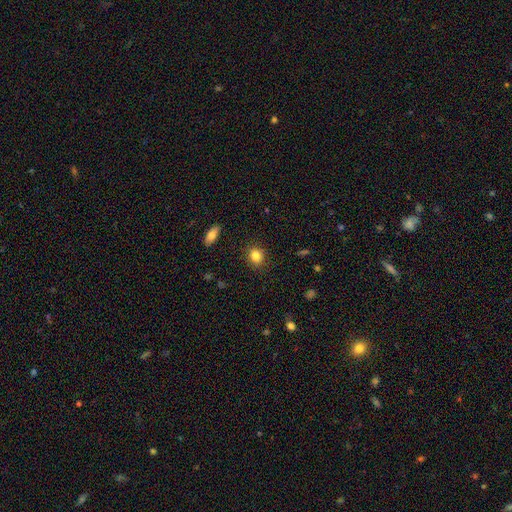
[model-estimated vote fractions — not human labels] A smooth galaxy with no disk features (84%) that is round (65%). Merging: none (87%).